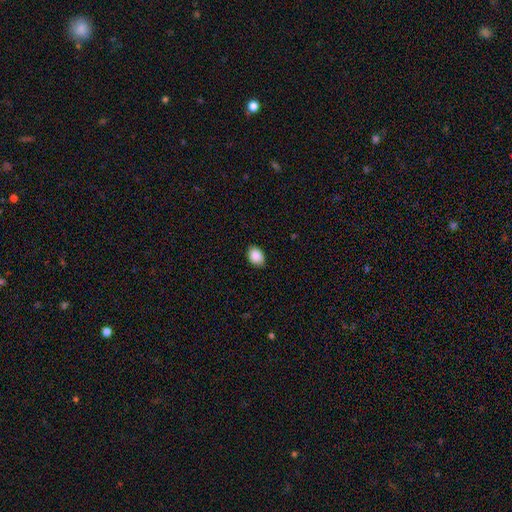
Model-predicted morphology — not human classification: Smooth or featured? Predicted: smooth (p=0.89). How rounded? Predicted: in between (p=0.76). Merging? Predicted: none (p=0.87).